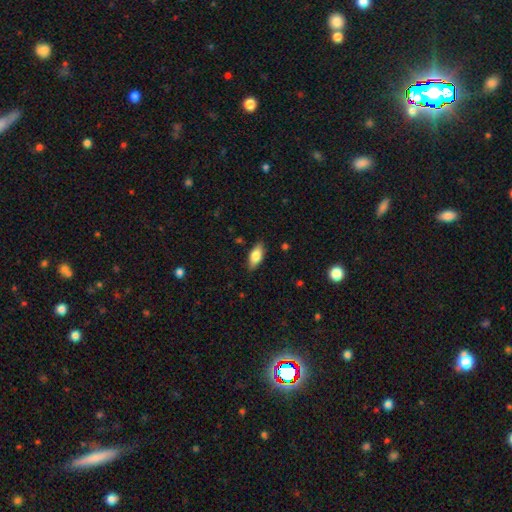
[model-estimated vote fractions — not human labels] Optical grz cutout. It shows a smooth galaxy with no disk features (77%) that is in between round and cigar-shaped (85%). Merging: none (86%).